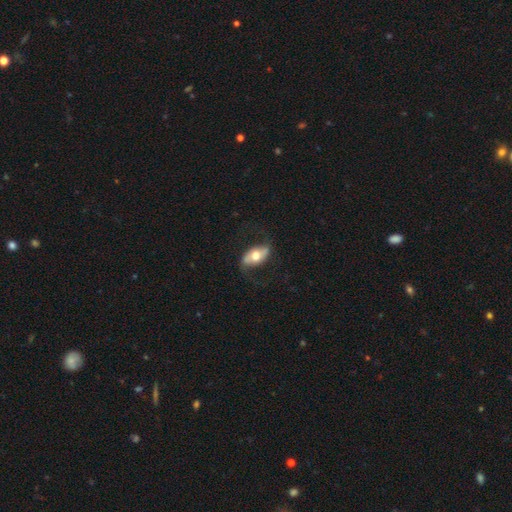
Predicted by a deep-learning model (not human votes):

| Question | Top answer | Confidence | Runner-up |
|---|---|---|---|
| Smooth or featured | featured or disk | 54% | smooth (40%) |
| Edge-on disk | no | 83% | yes (17%) |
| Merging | none | 71% | minor disturbance (17%) |